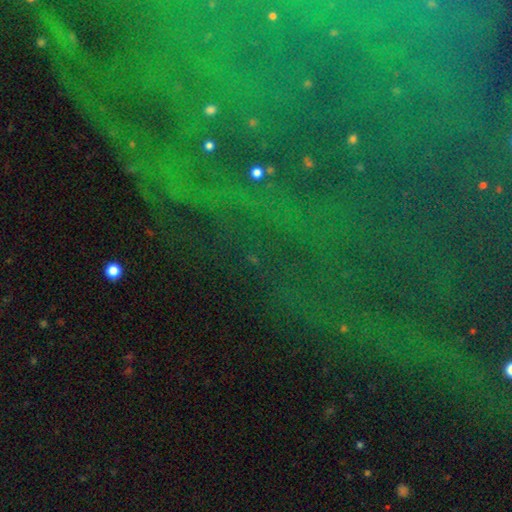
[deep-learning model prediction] A star or artifact, not a galaxy (80%).